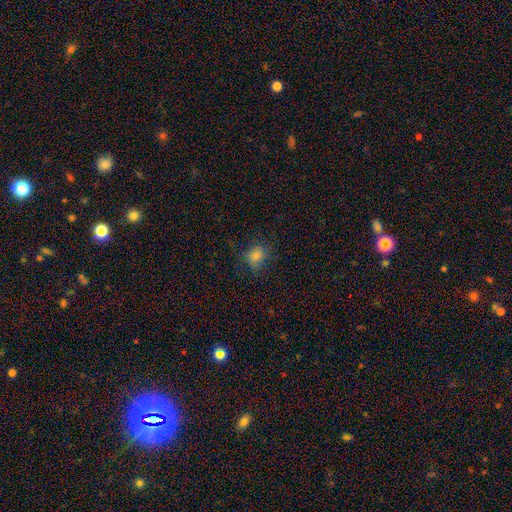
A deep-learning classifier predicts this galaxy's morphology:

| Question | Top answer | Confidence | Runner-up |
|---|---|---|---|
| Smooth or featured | smooth | 79% | star or artifact (15%) |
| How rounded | round | 68% | in between (31%) |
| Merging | none | 79% | minor disturbance (15%) |